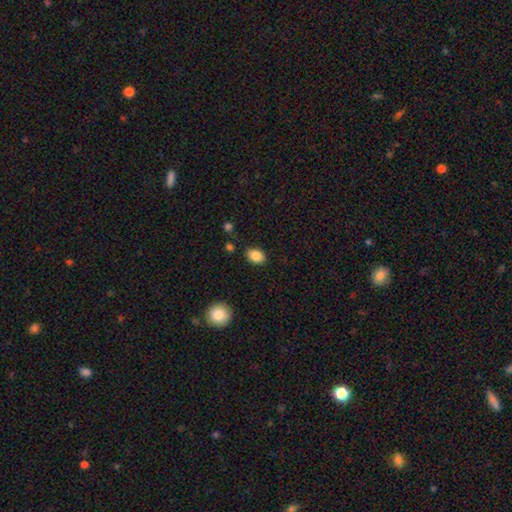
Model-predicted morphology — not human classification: Smooth or featured? Predicted: smooth (p=0.86). How rounded? Predicted: in between (p=0.74). Merging? Predicted: none (p=0.83).